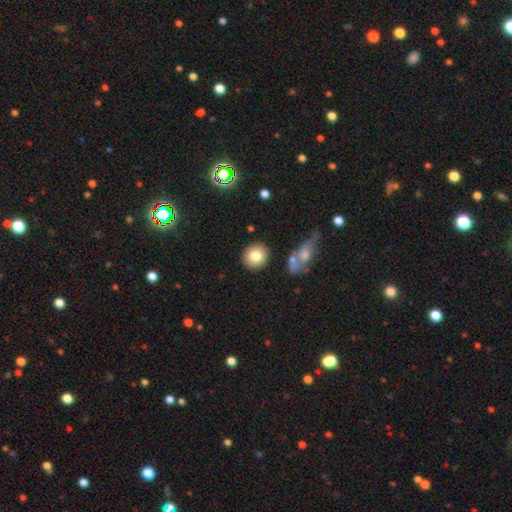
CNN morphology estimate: smooth_or_featured: smooth (p=0.79) [alt: featured or disk p=0.12]
how_rounded: round (p=0.88) [alt: in between p=0.10]
merging: none (p=0.86) [alt: minor disturbance p=0.07]